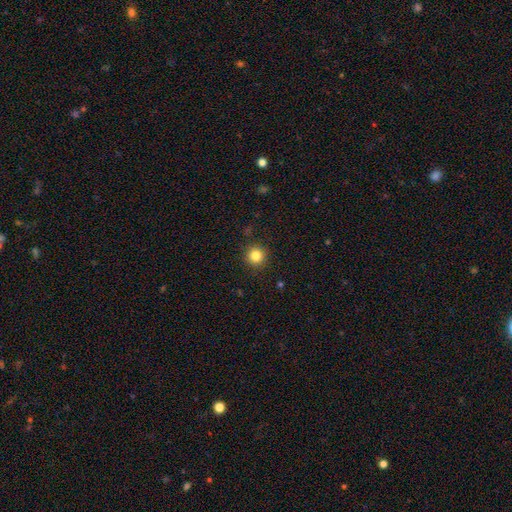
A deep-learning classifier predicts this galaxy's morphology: Smooth or featured?
  - smooth: 83% *
  - star or artifact: 12%
  - featured or disk: 5%
How rounded?
  - round: 94% *
  - in between: 5%
  - cigar-shaped: 1%
Merging?
  - none: 91% *
  - minor disturbance: 6%
  - major disturbance: 2%
  - merger: 1%